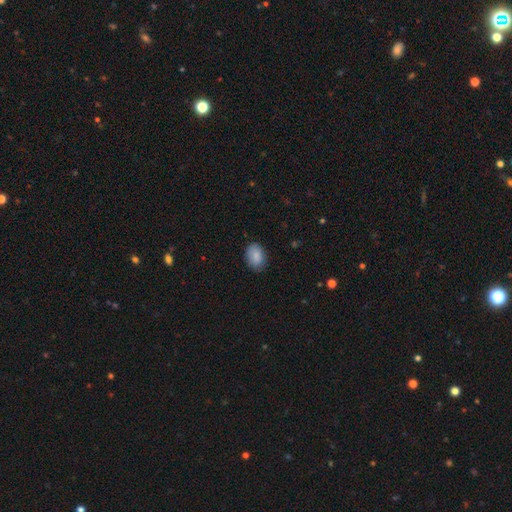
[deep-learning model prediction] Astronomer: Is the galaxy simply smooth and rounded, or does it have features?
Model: smooth — 88%.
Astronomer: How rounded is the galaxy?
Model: in between — 82%.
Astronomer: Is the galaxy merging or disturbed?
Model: none — 80%.